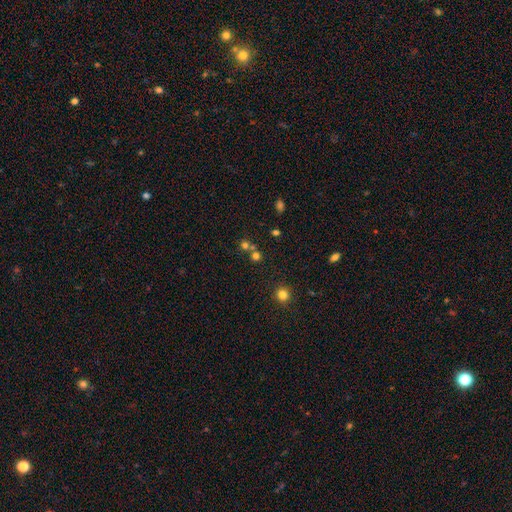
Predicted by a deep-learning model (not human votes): A smooth galaxy with no disk features (64%) that is round (88%). Merging: none (57%).